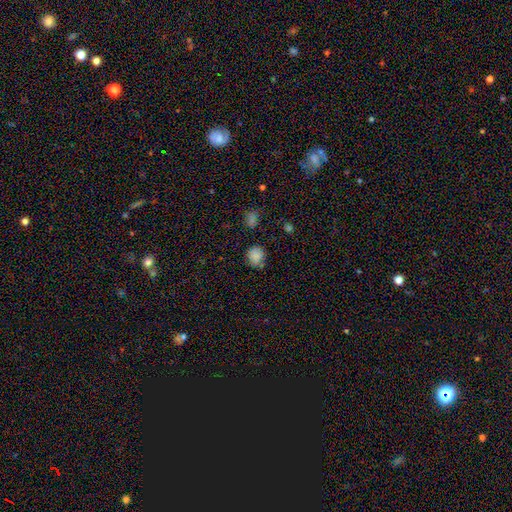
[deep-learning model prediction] Q: Smooth or featured?
A: smooth (83%); runner-up: star or artifact (12%)
Q: How rounded?
A: round (83%); runner-up: in between (16%)
Q: Merging?
A: none (74%); runner-up: minor disturbance (18%)